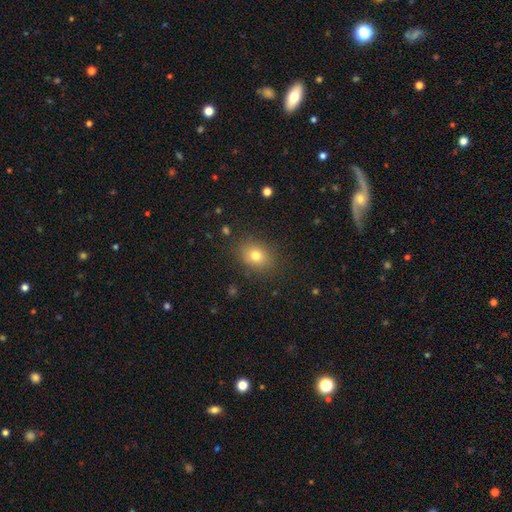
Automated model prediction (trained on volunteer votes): Smooth or featured?
  - smooth: 77% *
  - star or artifact: 13%
  - featured or disk: 10%
How rounded?
  - round: 50% *
  - in between: 49%
  - cigar-shaped: 1%
Merging?
  - none: 85% *
  - minor disturbance: 10%
  - major disturbance: 3%
  - merger: 1%